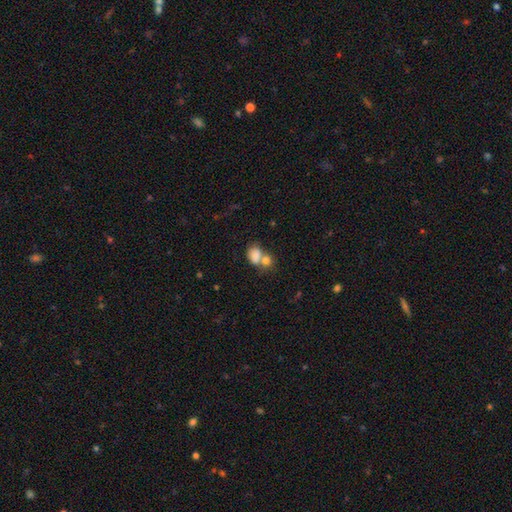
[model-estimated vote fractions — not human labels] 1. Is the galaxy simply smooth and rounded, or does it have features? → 80% smooth, 10% featured or disk, 9% star or artifact.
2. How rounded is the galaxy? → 64% in between, 34% round, 1% cigar-shaped.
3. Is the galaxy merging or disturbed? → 58% merger, 28% none, 9% minor disturbance, 5% major disturbance.